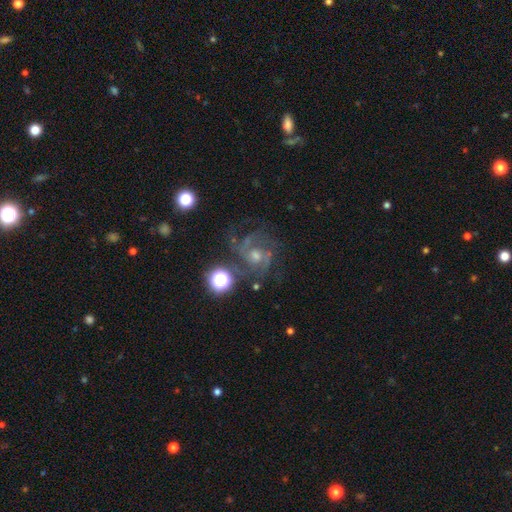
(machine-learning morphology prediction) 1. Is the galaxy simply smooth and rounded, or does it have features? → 79% featured or disk, 14% star or artifact, 8% smooth.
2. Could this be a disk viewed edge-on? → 98% no, 2% yes.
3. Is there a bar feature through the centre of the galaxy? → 63% no, 30% weak, 7% strong.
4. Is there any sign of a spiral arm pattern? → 96% yes, 4% no.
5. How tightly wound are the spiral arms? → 49% medium, 39% tight, 12% loose.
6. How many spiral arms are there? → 36% 3, 22% 2, 18% can't tell, 12% 4, 6% more than 4, 6% 1.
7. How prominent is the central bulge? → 52% moderate, 39% small, 4% none, 4% large, 1% dominant.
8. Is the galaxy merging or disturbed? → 67% none, 16% minor disturbance, 13% major disturbance, 4% merger.